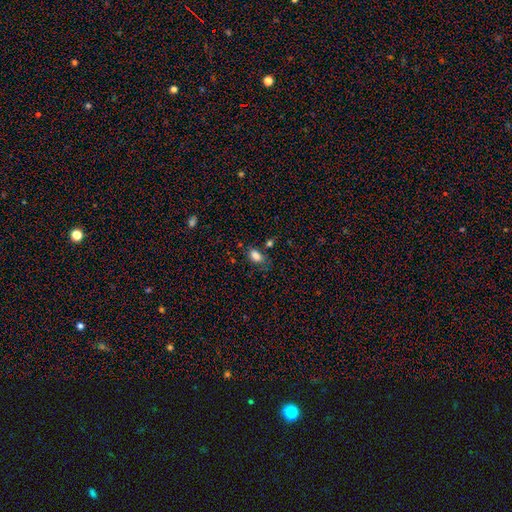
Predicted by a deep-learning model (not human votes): Q: Smooth or featured?
A: smooth (83%); runner-up: star or artifact (10%)
Q: How rounded?
A: in between (88%); runner-up: round (9%)
Q: Merging?
A: none (61%); runner-up: minor disturbance (24%)